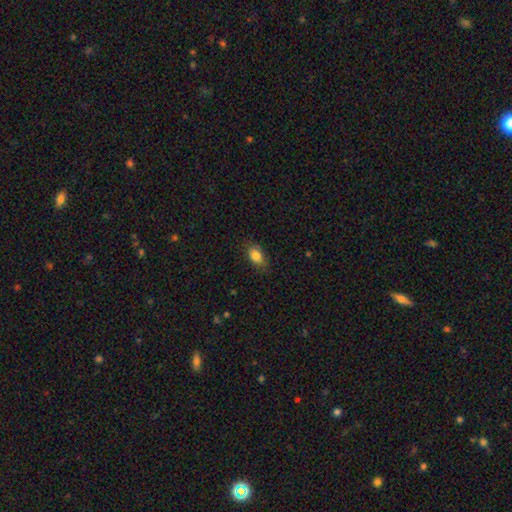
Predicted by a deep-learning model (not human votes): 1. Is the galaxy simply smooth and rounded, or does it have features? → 84% smooth, 8% star or artifact, 8% featured or disk.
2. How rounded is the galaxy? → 88% in between, 9% round, 4% cigar-shaped.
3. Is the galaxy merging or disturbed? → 81% none, 15% minor disturbance, 3% major disturbance, 1% merger.